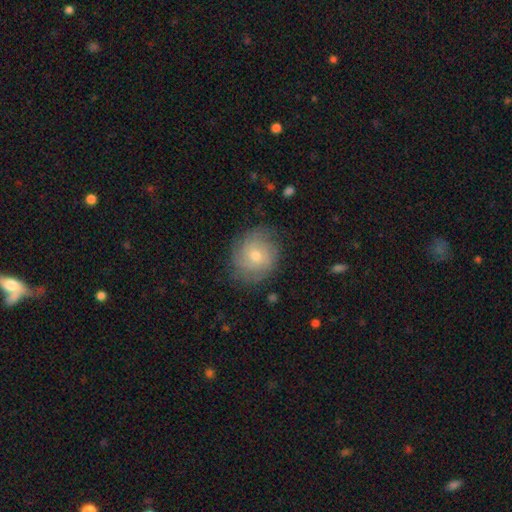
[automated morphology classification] A featured or disk galaxy (49%). Merging: none (77%).